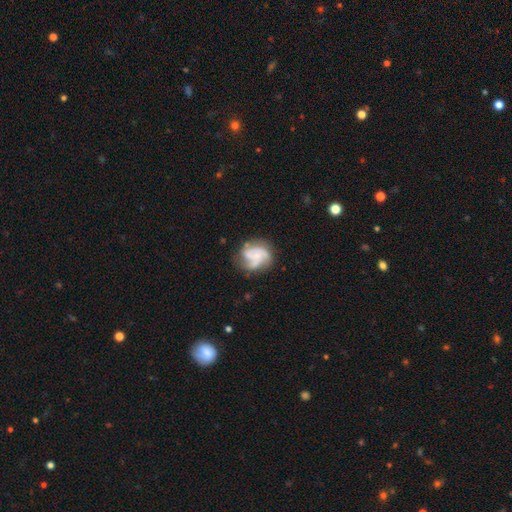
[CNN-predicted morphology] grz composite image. It shows a featured or disk galaxy (73%) with no bar (71%), 3 (54%) medium (47%) spiral arms (92%) and a small central bulge (62%). Merging: none (63%).